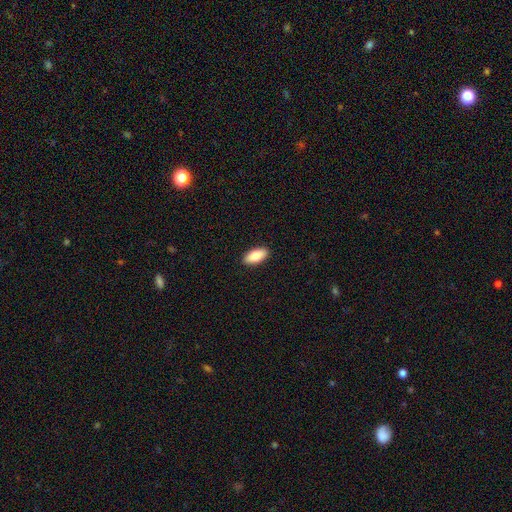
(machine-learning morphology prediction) A smooth galaxy with no disk features (83%) that is in between round and cigar-shaped (88%).

Vote fractions:
- Smooth or featured? smooth: 83% / featured or disk: 11% / star or artifact: 6%
- How rounded? in between: 88% / cigar-shaped: 10% / round: 2%
- Merging? none: 91% / minor disturbance: 6% / major disturbance: 2% / merger: 1%